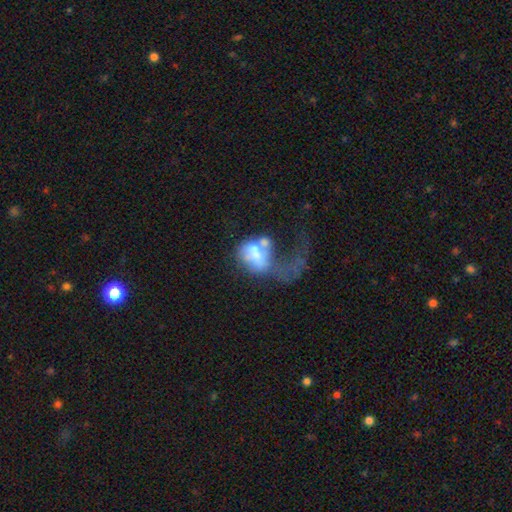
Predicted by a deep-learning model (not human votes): This is possibly a smooth galaxy (45%). Merging: possibly major disturbance (47%).